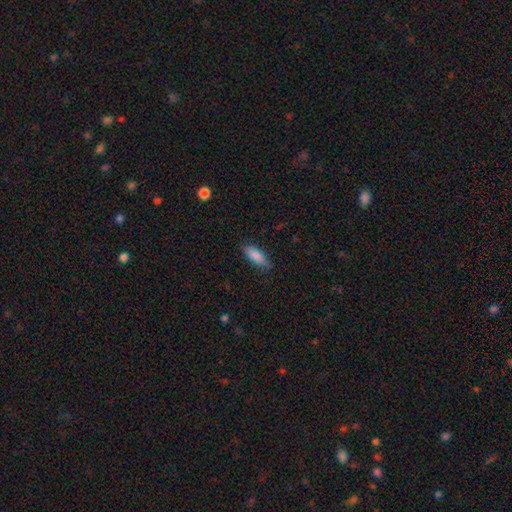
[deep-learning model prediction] A smooth galaxy with no disk features (84%) that is in between round and cigar-shaped (61%).

Vote fractions:
- Smooth or featured? smooth: 84% / featured or disk: 9% / star or artifact: 6%
- How rounded? in between: 61% / cigar-shaped: 37% / round: 2%
- Merging? none: 81% / minor disturbance: 15% / major disturbance: 3% / merger: 1%